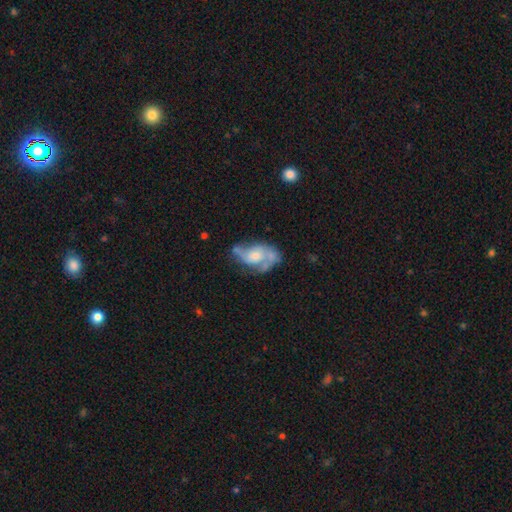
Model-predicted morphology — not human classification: Smooth or featured? featured or disk (72%)
Edge-on disk? no (96%)
Bar? no (66%)
Spiral arms? yes (83%)
Spiral winding? medium (45%)
Spiral arm count? 2 (72%)
Bulge size? moderate (44%)
Merging? none (42%)